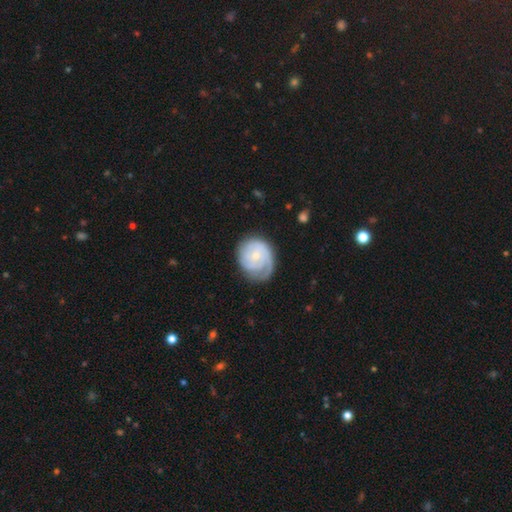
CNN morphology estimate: Overall: featured or disk (78%). Edge-on disk: no (98%). Bar: no (75%). Spiral arms: yes (95%). Spiral arm count: can't tell (27%; 3 26%). Spiral winding: tight (69%). Bulge size: small (64%; moderate 32%). Merging: none (68%).